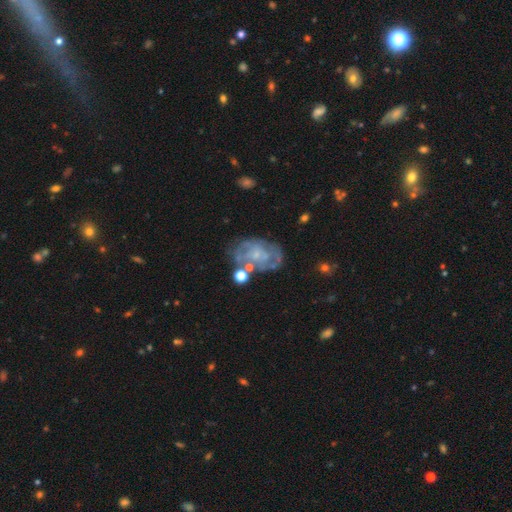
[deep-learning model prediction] Smooth or featured? Predicted: featured or disk (p=0.73). Edge-on disk? Predicted: no (p=0.97). Bar? Predicted: no (p=0.74). Spiral arms? Predicted: yes (p=0.69). Bulge size? Predicted: small (p=0.61). Merging? Predicted: none (p=0.57).